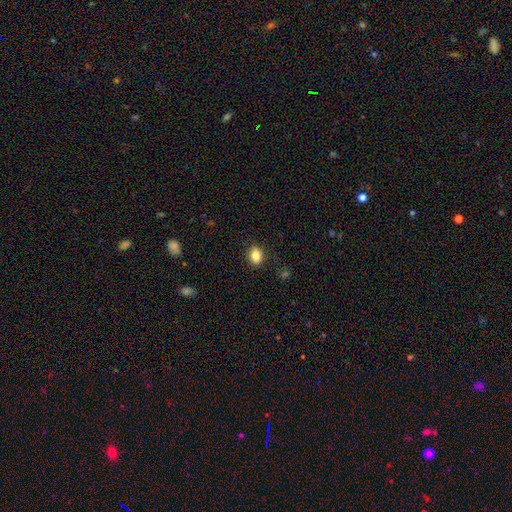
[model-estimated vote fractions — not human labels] smooth_or_featured: smooth (p=0.86) [alt: star or artifact p=0.09]
how_rounded: in between (p=0.72) [alt: round p=0.27]
merging: none (p=0.87) [alt: minor disturbance p=0.10]